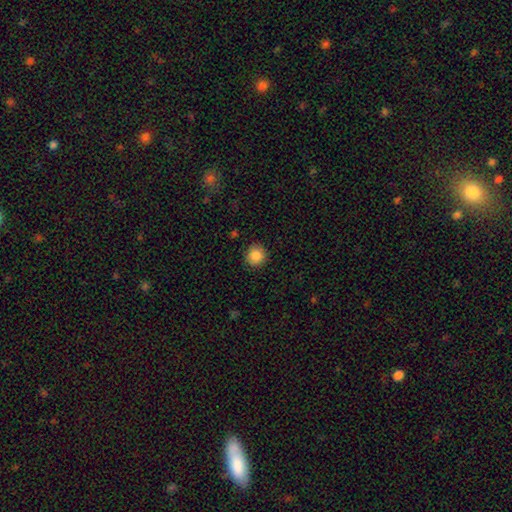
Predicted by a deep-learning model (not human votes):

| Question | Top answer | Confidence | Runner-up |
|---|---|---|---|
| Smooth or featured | smooth | 86% | star or artifact (9%) |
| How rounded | round | 91% | in between (8%) |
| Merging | none | 90% | minor disturbance (7%) |